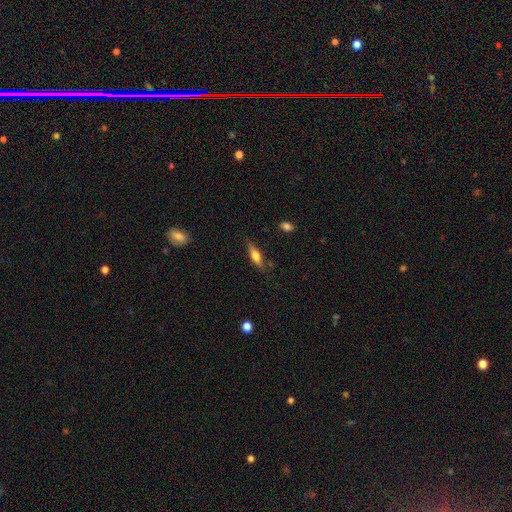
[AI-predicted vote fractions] The model was most divided on "how rounded": cigar-shaped: 53%, in between: 44%, round: 3%. More confident: merging — none (74%); smooth or featured — smooth (54%).